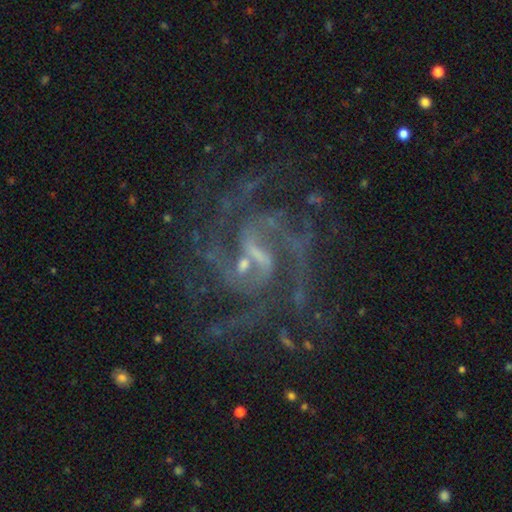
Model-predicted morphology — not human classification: This is clearly a featured or disk galaxy (89%). It is clearly not viewed edge-on (98%). Bar: possibly weak (53%). Spiral arm pattern: clearly yes (97%). Spiral arm count: marginally 2 (27%). Spiral winding: possibly medium (54%). Central bulge: possibly small (59%). Merging: likely none (66%).